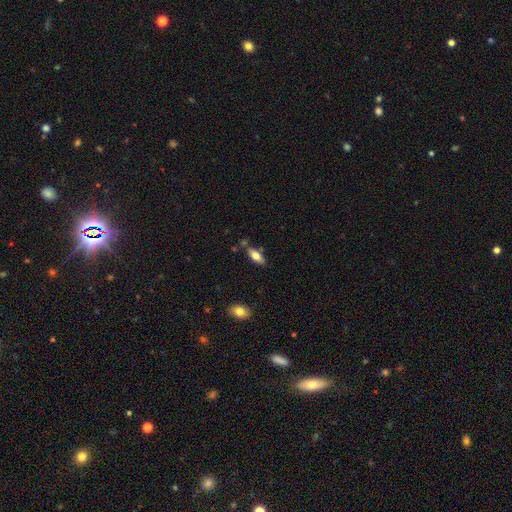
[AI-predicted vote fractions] A smooth galaxy with no disk features (67%) that is in between round and cigar-shaped (73%).

Vote fractions:
- Smooth or featured? smooth: 67% / featured or disk: 26% / star or artifact: 7%
- How rounded? in between: 73% / cigar-shaped: 24% / round: 3%
- Merging? none: 72% / minor disturbance: 16% / merger: 9% / major disturbance: 4%